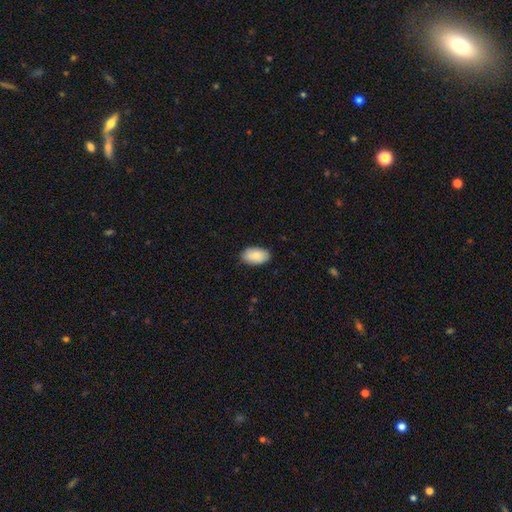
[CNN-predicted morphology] smooth-or-featured: smooth: 87% | featured or disk: 7% | star or artifact: 6%
  how-rounded: in between: 95% | round: 4% | cigar-shaped: 1%
  merging: none: 87% | minor disturbance: 10% | major disturbance: 2% | merger: 1%